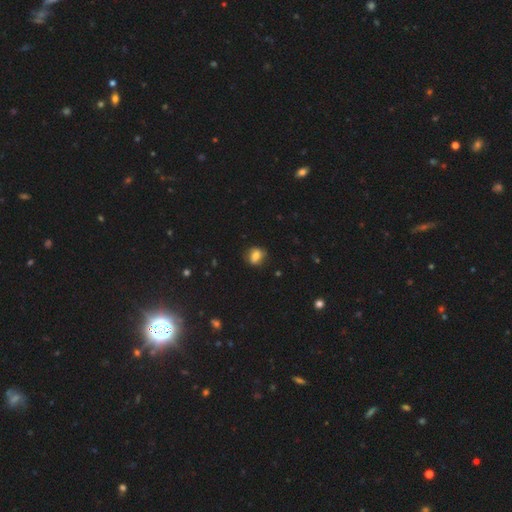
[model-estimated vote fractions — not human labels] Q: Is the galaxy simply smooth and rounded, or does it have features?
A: smooth — 70%.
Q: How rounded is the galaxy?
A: in between — 50%.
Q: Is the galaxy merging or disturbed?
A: none — 77%.